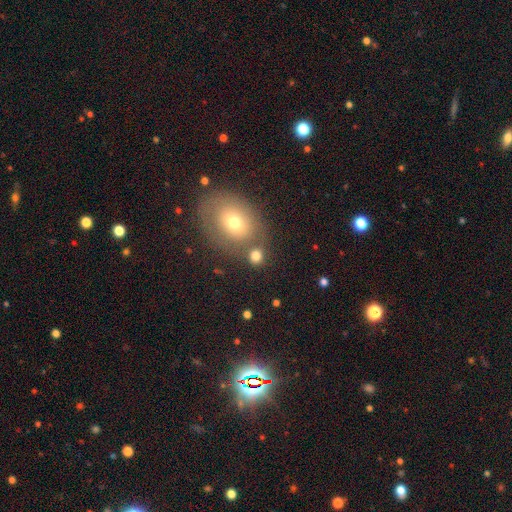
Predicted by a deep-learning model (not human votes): This appears to be a smooth galaxy with no disk features (78%) that is round (76%). Merging: none (63%).